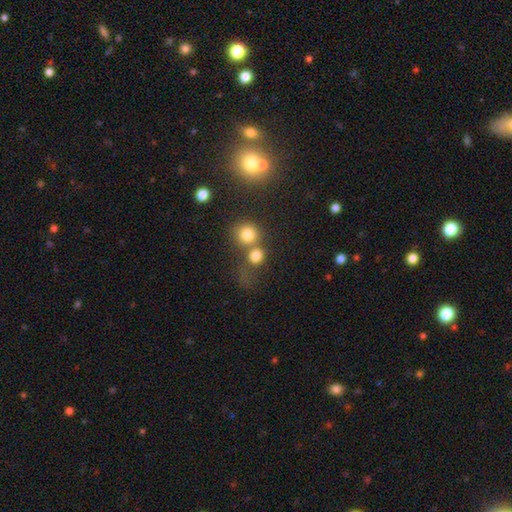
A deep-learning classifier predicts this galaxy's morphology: Overall: smooth (77%). How rounded: round (83%). Merging: merger (43%; none 41%).